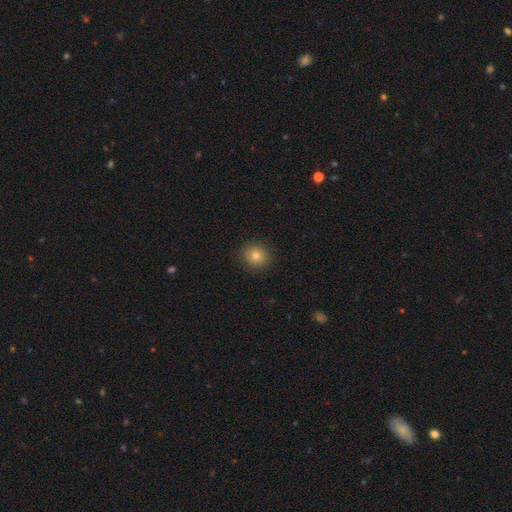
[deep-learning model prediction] Smooth or featured? smooth (79%)
How rounded? round (84%)
Merging? none (90%)